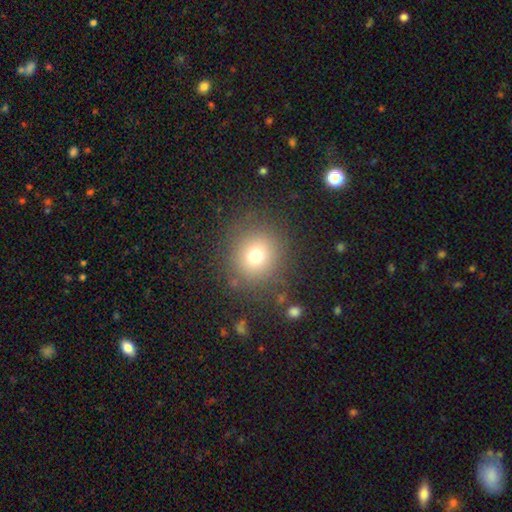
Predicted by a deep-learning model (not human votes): This is likely a smooth galaxy (72%). How rounded: clearly round (87%). Merging: clearly none (82%).